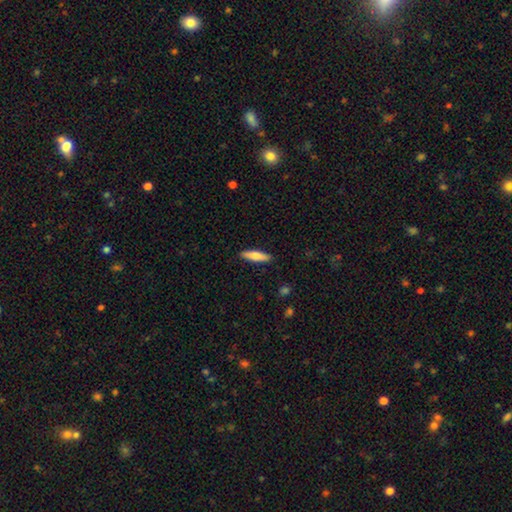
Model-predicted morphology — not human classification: Smooth or featured? smooth (78%)
How rounded? cigar-shaped (72%)
Merging? none (89%)